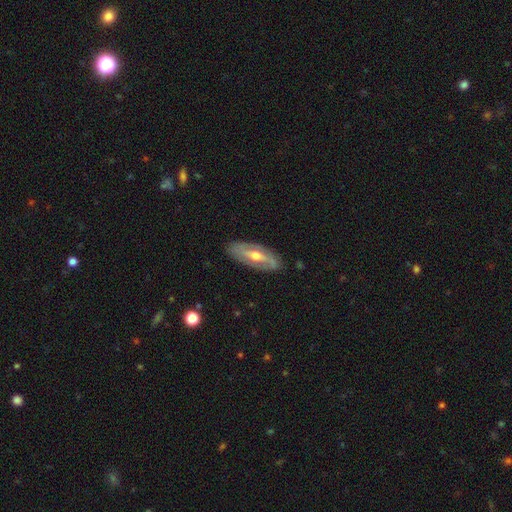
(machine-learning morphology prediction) Q: Smooth or featured?
A: featured or disk (72%); runner-up: smooth (22%)
Q: Edge-on disk?
A: no (80%); runner-up: yes (20%)
Q: Bar?
A: weak (38%); runner-up: no (32%)
Q: Spiral arms?
A: yes (64%); runner-up: no (36%)
Q: Bulge size?
A: moderate (67%); runner-up: small (28%)
Q: Merging?
A: none (85%); runner-up: minor disturbance (11%)